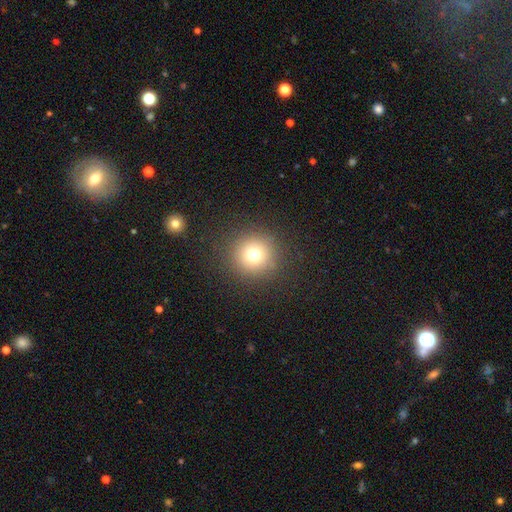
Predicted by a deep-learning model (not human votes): This is likely a smooth galaxy (74%). How rounded: clearly round (95%). Merging: clearly none (90%).